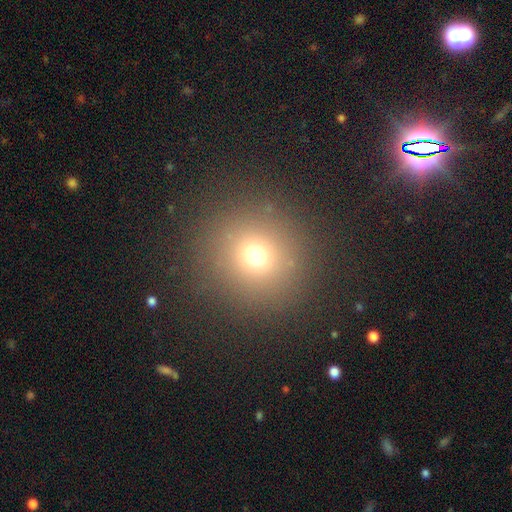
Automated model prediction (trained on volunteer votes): Smooth or featured?
  - smooth: 69% *
  - star or artifact: 22%
  - featured or disk: 9%
How rounded?
  - round: 93% *
  - in between: 6%
  - cigar-shaped: 1%
Merging?
  - none: 88% *
  - minor disturbance: 6%
  - major disturbance: 4%
  - merger: 2%